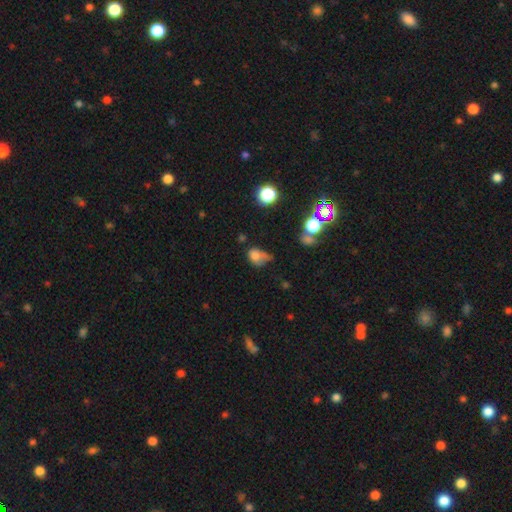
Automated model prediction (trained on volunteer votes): Smooth or featured? Predicted: smooth (p=0.71). How rounded? Predicted: in between (p=0.63). Merging? Predicted: minor disturbance (p=0.35).